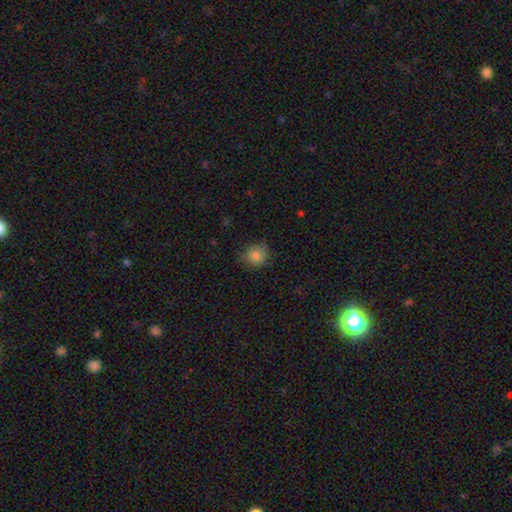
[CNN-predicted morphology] Q: Smooth or featured?
A: smooth (83%); runner-up: star or artifact (11%)
Q: How rounded?
A: round (83%); runner-up: in between (16%)
Q: Merging?
A: none (78%); runner-up: minor disturbance (17%)